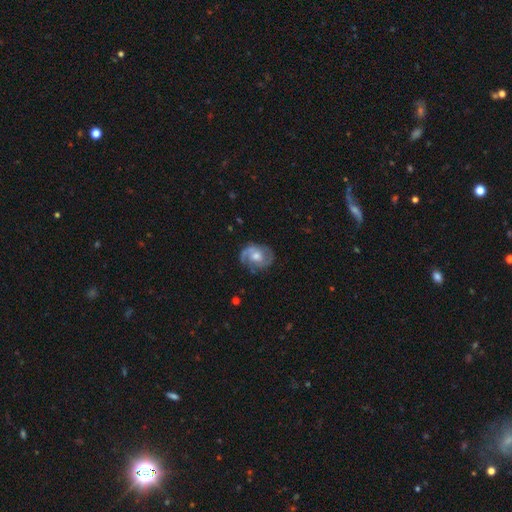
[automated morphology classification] A featured or disk galaxy (76%) with no bar (68%), 2 (64%) medium (46%) spiral arms (91%) and a moderate central bulge (65%).

Vote fractions:
- Smooth or featured? featured or disk: 76% / smooth: 18% / star or artifact: 6%
- Edge-on disk? no: 97% / yes: 3%
- Bar? no: 68% / weak: 28% / strong: 4%
- Spiral arms? yes: 91% / no: 9%
- Spiral winding? medium: 46% / tight: 37% / loose: 17%
- Spiral arm count? 2: 64% / can't tell: 14% / 3: 11% / 1: 5% / 4: 3% / more than 4: 2%
- Bulge size? moderate: 65% / small: 19% / large: 13% / none: 2% / dominant: 1%
- Merging? none: 73% / minor disturbance: 18% / major disturbance: 8% / merger: 2%